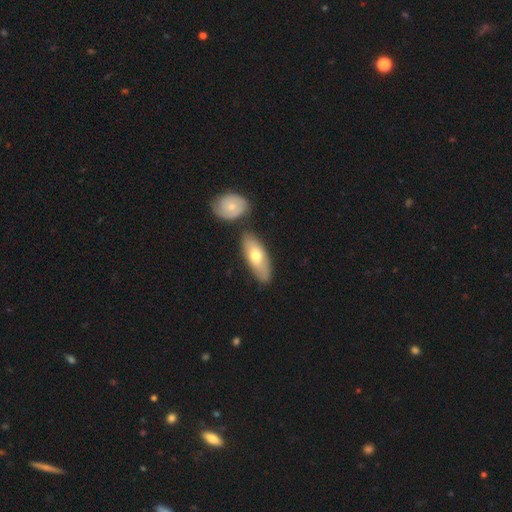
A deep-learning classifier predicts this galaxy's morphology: Overall: smooth (64%; featured or disk 31%). How rounded: in between (77%). Merging: none (73%).